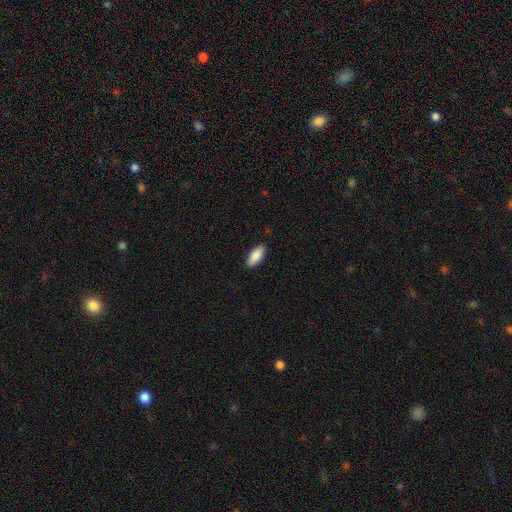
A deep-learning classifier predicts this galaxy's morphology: Q: Smooth or featured?
A: smooth (89%); runner-up: star or artifact (6%)
Q: How rounded?
A: in between (84%); runner-up: cigar-shaped (14%)
Q: Merging?
A: none (89%); runner-up: minor disturbance (9%)